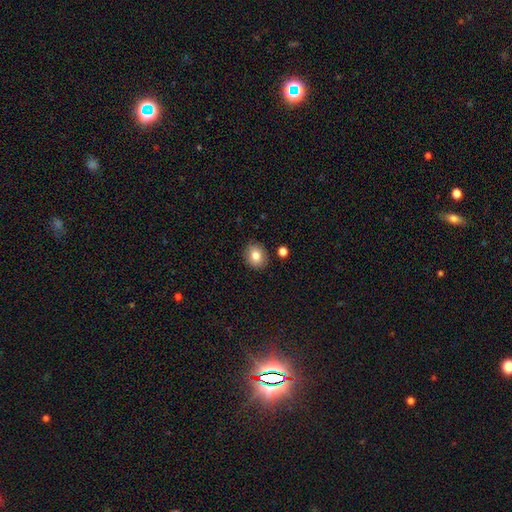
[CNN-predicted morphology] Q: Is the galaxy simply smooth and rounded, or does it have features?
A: smooth — 81%.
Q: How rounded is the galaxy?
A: round — 67%.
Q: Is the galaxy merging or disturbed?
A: none — 87%.